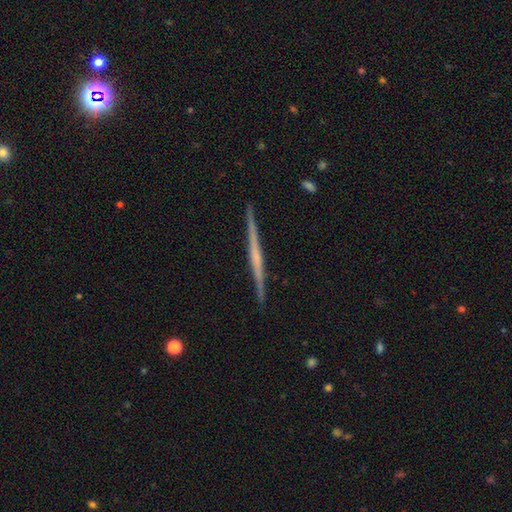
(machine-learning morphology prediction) Smooth or featured? featured or disk (71%)
Edge-on disk? yes (98%)
Edge-on bulge? none (69%)
Merging? none (92%)